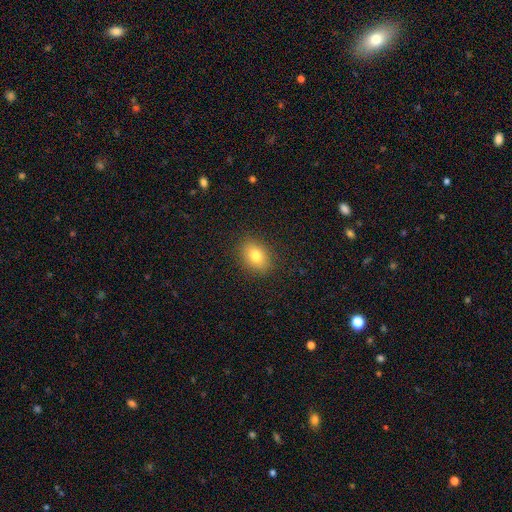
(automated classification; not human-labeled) Smooth or featured? Predicted: smooth (p=0.79). How rounded? Predicted: in between (p=0.67). Merging? Predicted: none (p=0.88).